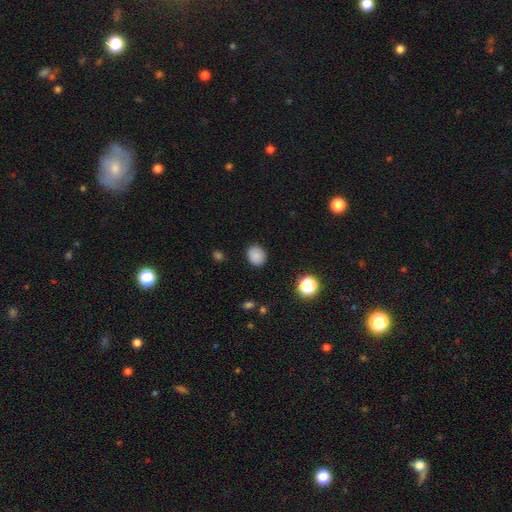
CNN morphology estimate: type=smooth (85%); roundness=round (68%); merging=none (86%).